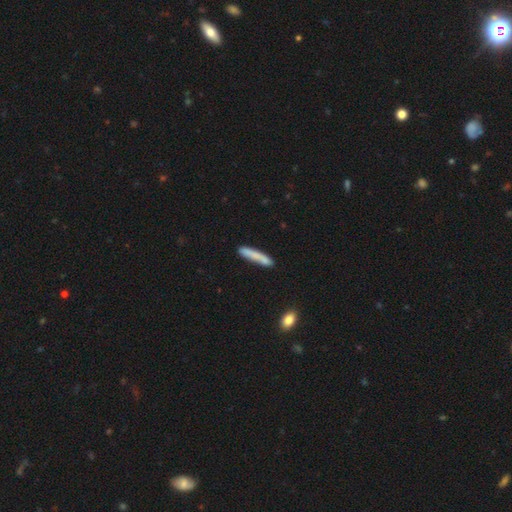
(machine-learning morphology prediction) Smooth or featured?
  - smooth: 76% *
  - featured or disk: 17%
  - star or artifact: 6%
How rounded?
  - cigar-shaped: 93% *
  - in between: 5%
  - round: 1%
Merging?
  - none: 77% *
  - minor disturbance: 16%
  - merger: 4%
  - major disturbance: 3%